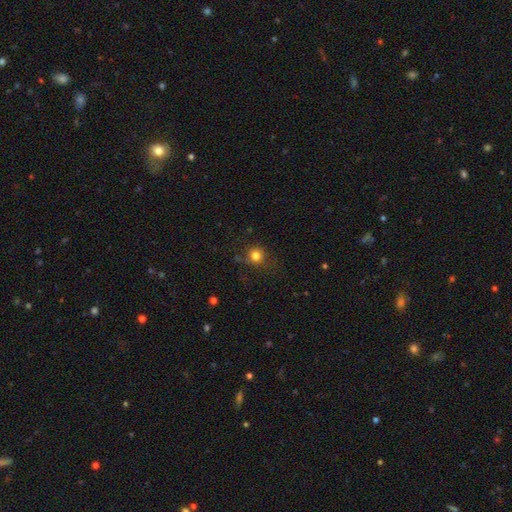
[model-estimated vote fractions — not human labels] Smooth or featured?
  - smooth: 78% *
  - star or artifact: 15%
  - featured or disk: 7%
How rounded?
  - round: 90% *
  - in between: 9%
  - cigar-shaped: 1%
Merging?
  - none: 78% *
  - minor disturbance: 14%
  - major disturbance: 5%
  - merger: 2%